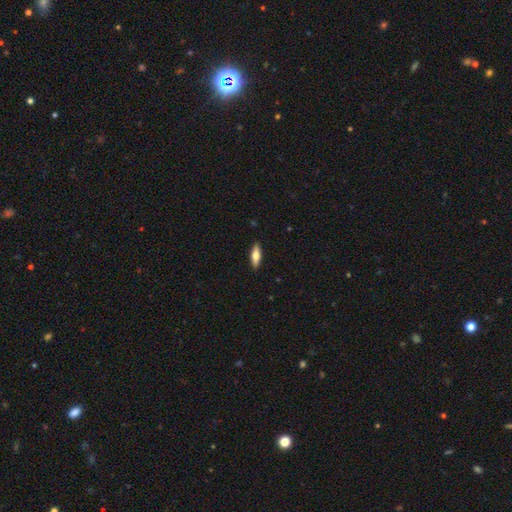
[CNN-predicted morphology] This appears to be a smooth galaxy with no disk features (61%) that is in between round and cigar-shaped (54%). Merging: none (90%).